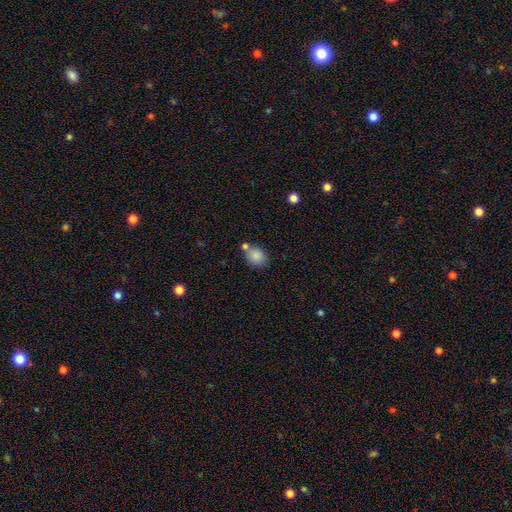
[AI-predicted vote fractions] Morphology: type=smooth (85%); roundness=round (51%); merging=none (58%).